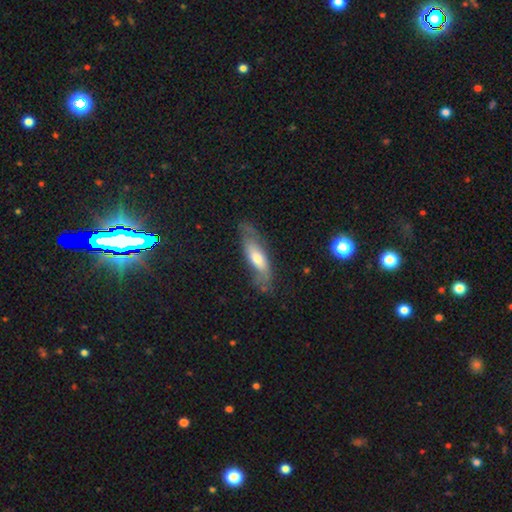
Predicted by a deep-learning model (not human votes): Overall: featured or disk (47%; smooth 44%). Merging: none (69%).